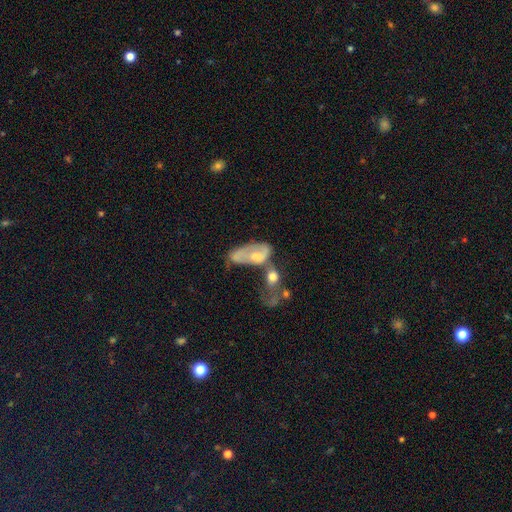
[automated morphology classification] featured or disk 47%, smooth 46%, star or artifact 7%. Down the decision tree: merging — merger (53%).